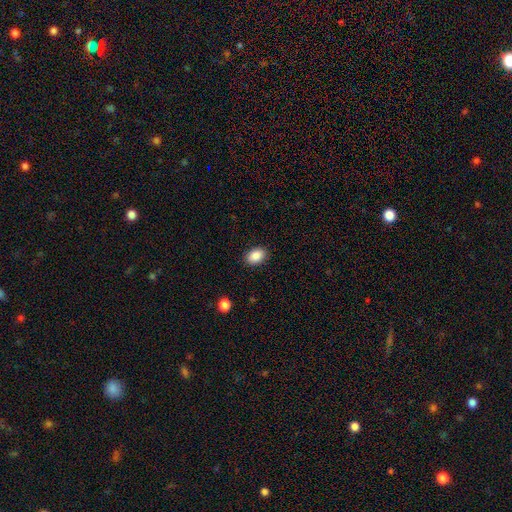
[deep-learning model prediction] A smooth galaxy with no disk features (88%) that is in between round and cigar-shaped (81%).

Vote fractions:
- Smooth or featured? smooth: 88% / star or artifact: 8% / featured or disk: 4%
- How rounded? in between: 81% / round: 18% / cigar-shaped: 1%
- Merging? none: 89% / minor disturbance: 8% / major disturbance: 2% / merger: 1%